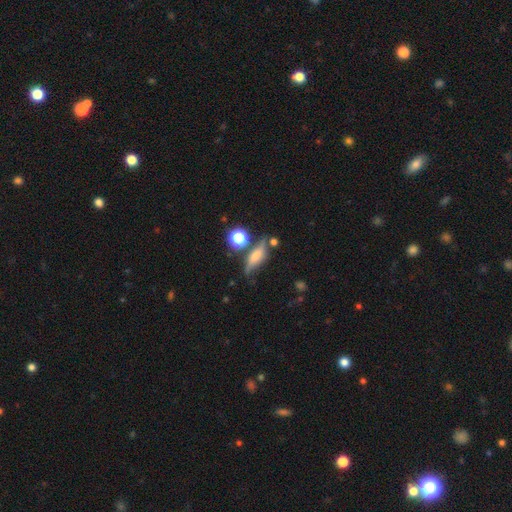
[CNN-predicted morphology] A featured or disk galaxy (46%). Merging: none (62%).